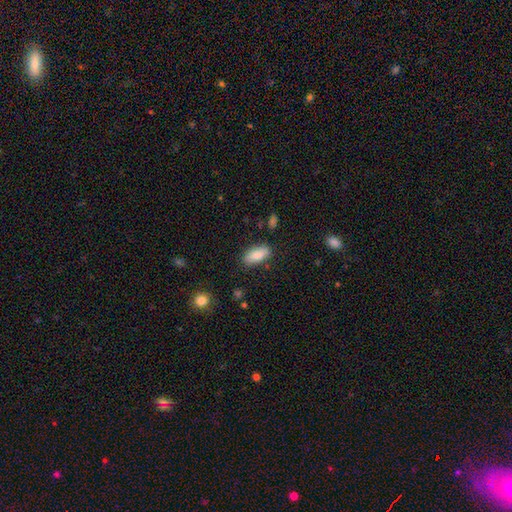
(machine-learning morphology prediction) This appears to be a smooth galaxy with no disk features (83%) that is in between round and cigar-shaped (84%). Merging: none (83%).